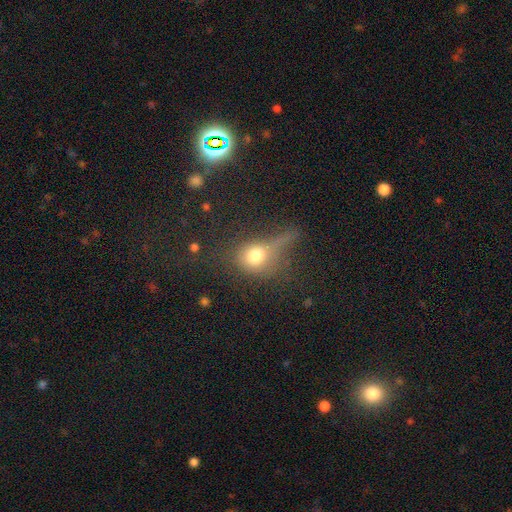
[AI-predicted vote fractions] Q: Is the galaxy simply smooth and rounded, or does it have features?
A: smooth — 71%.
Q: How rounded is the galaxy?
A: round — 59%.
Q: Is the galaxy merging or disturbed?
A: major disturbance — 39%.